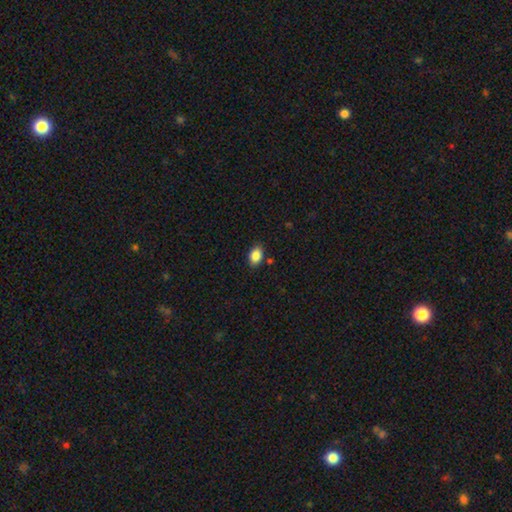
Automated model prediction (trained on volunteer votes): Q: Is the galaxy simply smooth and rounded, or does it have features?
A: smooth — 86%.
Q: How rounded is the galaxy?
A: in between — 86%.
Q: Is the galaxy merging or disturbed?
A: none — 84%.